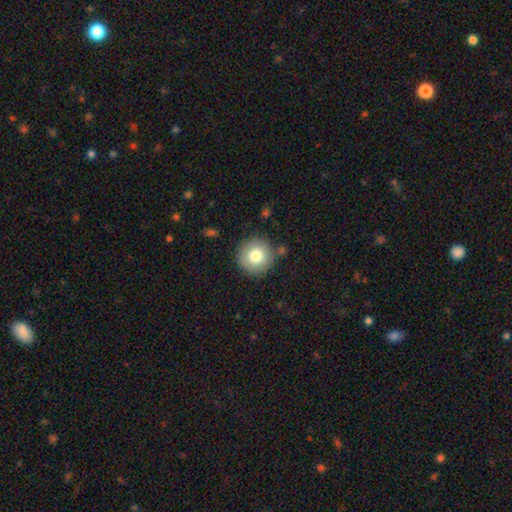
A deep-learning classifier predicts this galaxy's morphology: Overall: smooth (79%). How rounded: round (95%). Merging: none (85%).